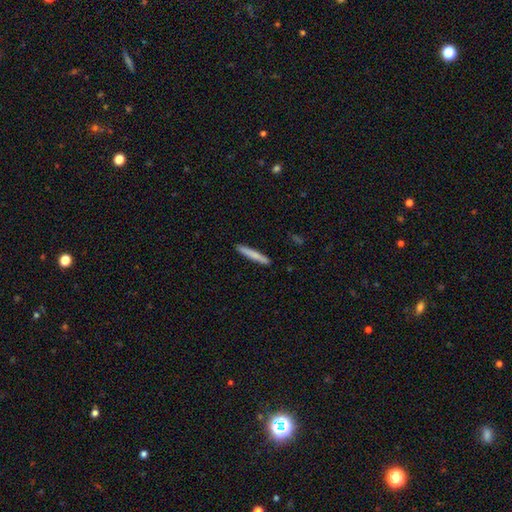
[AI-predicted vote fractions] A smooth galaxy with no disk features (75%) that is cigar-shaped (96%).

Vote fractions:
- Smooth or featured? smooth: 75% / featured or disk: 19% / star or artifact: 6%
- How rounded? cigar-shaped: 96% / in between: 3% / round: 1%
- Merging? none: 92% / minor disturbance: 6% / major disturbance: 1% / merger: 1%